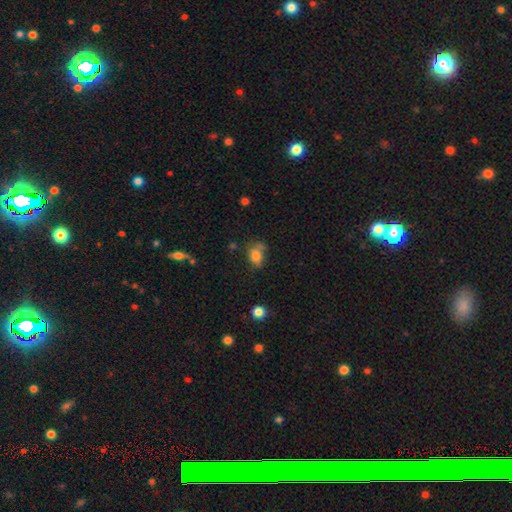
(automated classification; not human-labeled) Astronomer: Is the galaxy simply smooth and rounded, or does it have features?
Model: smooth — 77%.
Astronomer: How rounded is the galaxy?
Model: in between — 64%.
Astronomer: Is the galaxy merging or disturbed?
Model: none — 52%.